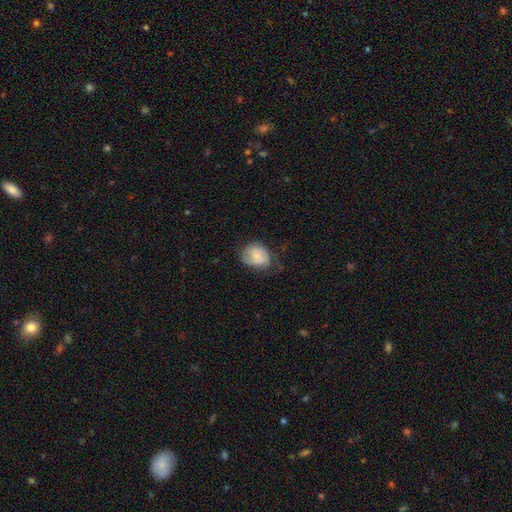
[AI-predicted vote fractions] smooth_or_featured: smooth (p=0.65) [alt: featured or disk p=0.28]
how_rounded: in between (p=0.51) [alt: round p=0.48]
merging: none (p=0.49) [alt: minor disturbance p=0.34]